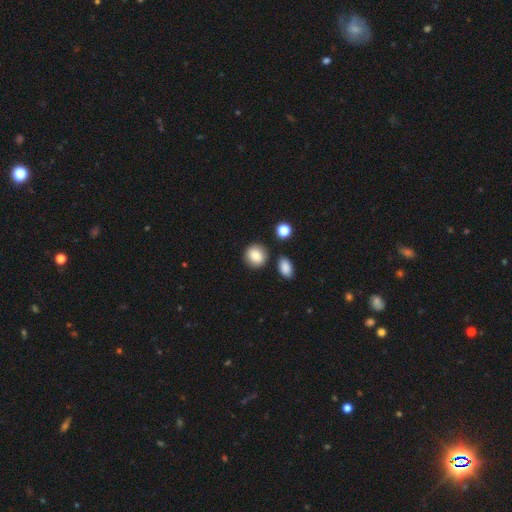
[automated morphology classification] smooth-or-featured: smooth: 84% | star or artifact: 9% | featured or disk: 7%
  how-rounded: round: 83% | in between: 16% | cigar-shaped: 1%
  merging: none: 83% | minor disturbance: 9% | merger: 5% | major disturbance: 3%